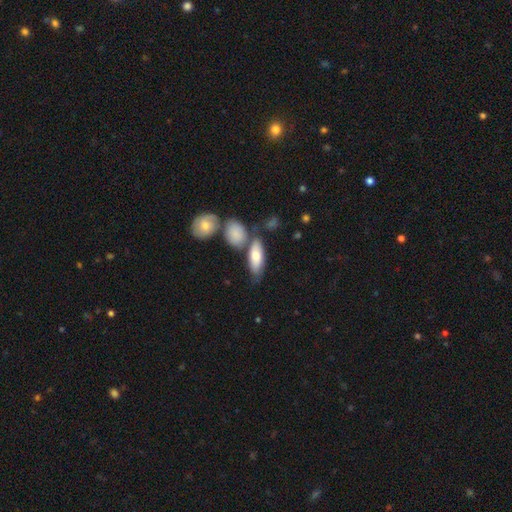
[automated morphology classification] A smooth galaxy with no disk features (70%) that is in between round and cigar-shaped (77%).

Vote fractions:
- Smooth or featured? smooth: 70% / featured or disk: 24% / star or artifact: 6%
- How rounded? in between: 77% / cigar-shaped: 20% / round: 3%
- Merging? none: 57% / merger: 21% / minor disturbance: 16% / major disturbance: 5%